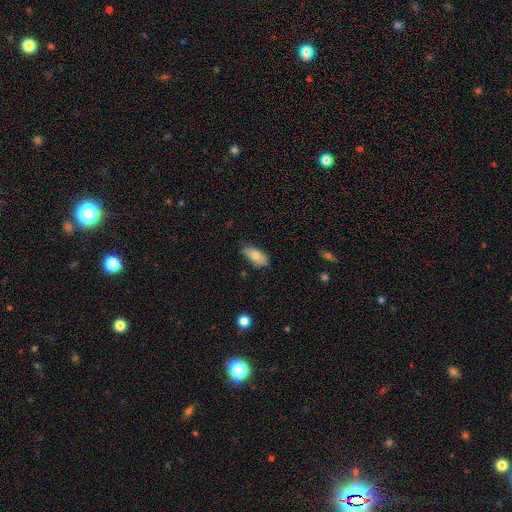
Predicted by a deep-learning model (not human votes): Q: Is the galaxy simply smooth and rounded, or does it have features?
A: smooth — 75%.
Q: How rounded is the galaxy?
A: in between — 88%.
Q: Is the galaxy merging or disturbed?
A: none — 73%.